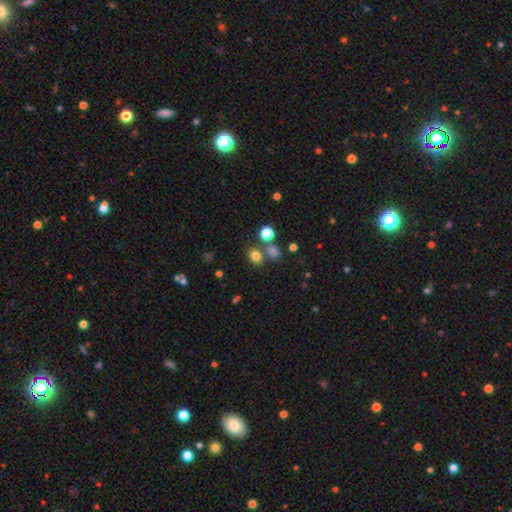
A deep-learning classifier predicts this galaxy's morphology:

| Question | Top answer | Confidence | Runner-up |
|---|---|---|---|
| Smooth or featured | smooth | 77% | star or artifact (16%) |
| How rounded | round | 54% | in between (45%) |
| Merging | none | 67% | merger (19%) |